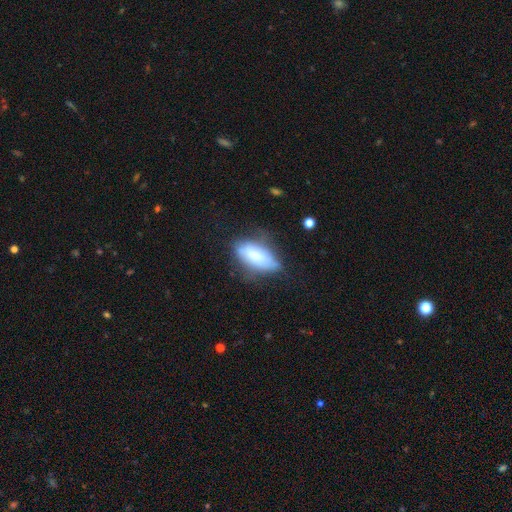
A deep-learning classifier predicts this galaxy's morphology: Smooth or featured? smooth (70%)
How rounded? in between (85%)
Merging? none (49%)